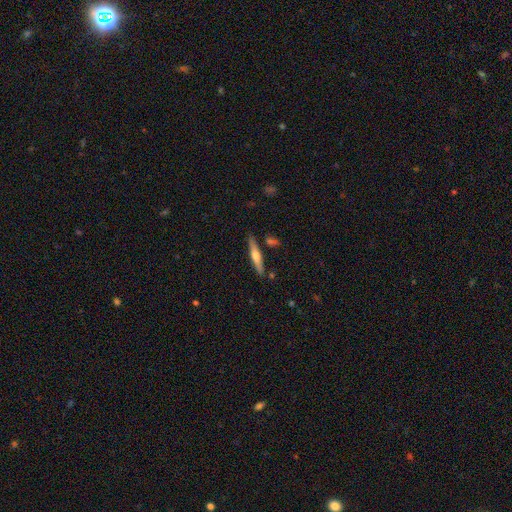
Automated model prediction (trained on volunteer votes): Smooth or featured? featured or disk (51%)
Edge-on disk? yes (95%)
Merging? none (84%)